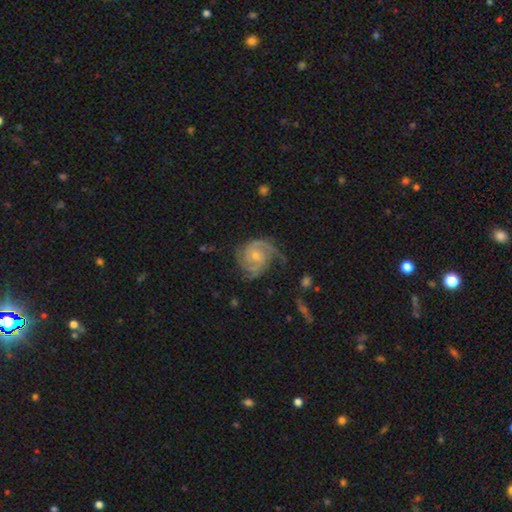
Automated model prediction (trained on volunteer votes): Smooth or featured? featured or disk (88%)
Edge-on disk? no (98%)
Bar? no (67%)
Spiral arms? yes (97%)
Spiral winding? tight (53%)
Spiral arm count? 2 (40%)
Bulge size? small (57%)
Merging? none (64%)